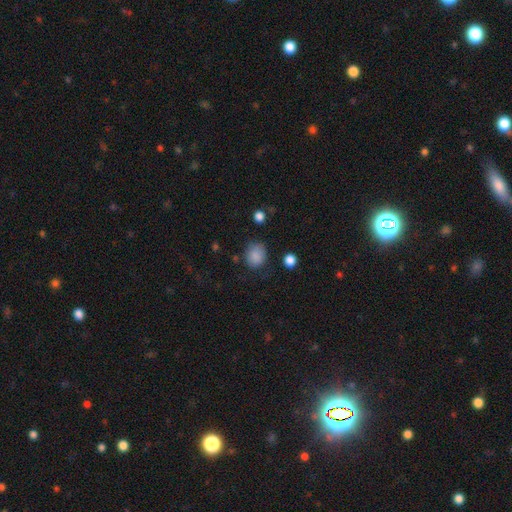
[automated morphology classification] Smooth or featured? smooth (85%)
How rounded? round (66%)
Merging? none (71%)